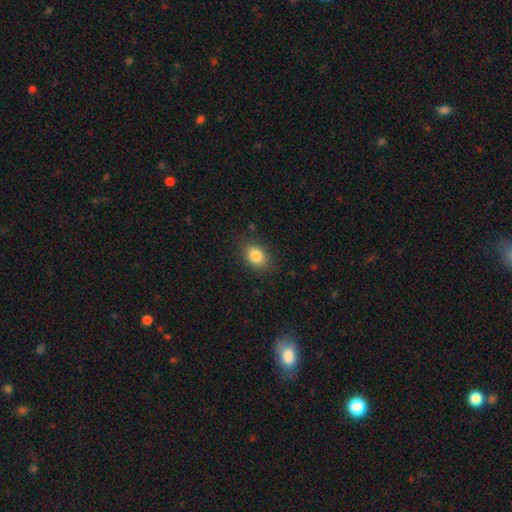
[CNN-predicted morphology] Smooth or featured? Predicted: smooth (p=0.85). How rounded? Predicted: in between (p=0.78). Merging? Predicted: none (p=0.84).